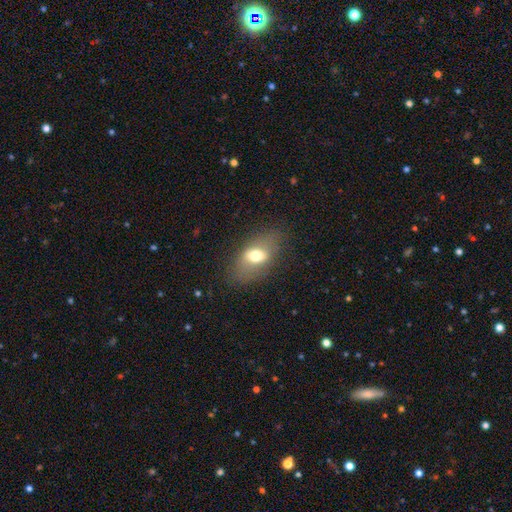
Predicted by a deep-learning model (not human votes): Smooth or featured?
  - smooth: 59% *
  - featured or disk: 32%
  - star or artifact: 10%
How rounded?
  - in between: 83% *
  - round: 12%
  - cigar-shaped: 5%
Merging?
  - none: 73% *
  - minor disturbance: 16%
  - major disturbance: 9%
  - merger: 1%